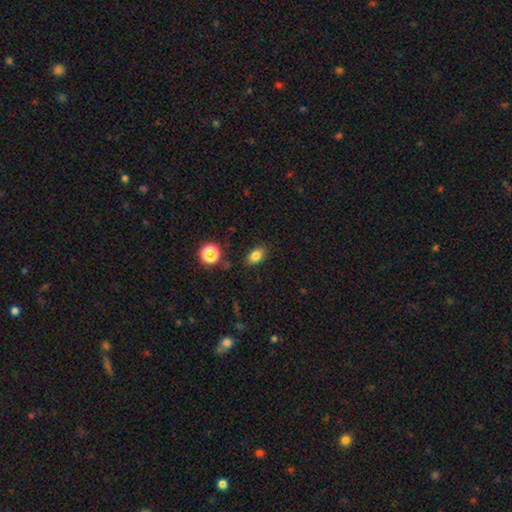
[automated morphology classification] Q: Smooth or featured?
A: smooth (82%); runner-up: star or artifact (11%)
Q: How rounded?
A: in between (81%); runner-up: round (17%)
Q: Merging?
A: none (83%); runner-up: minor disturbance (12%)